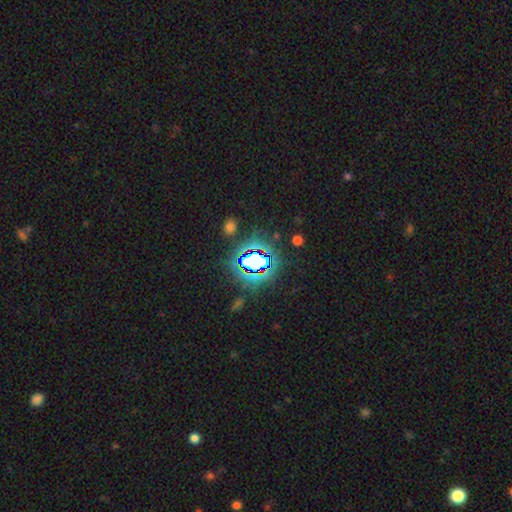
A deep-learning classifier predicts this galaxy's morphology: This appears to be a star or artifact, not a galaxy (80%).